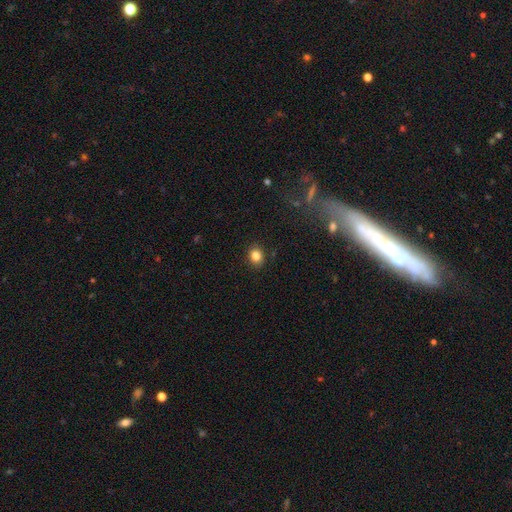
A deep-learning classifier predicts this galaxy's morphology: Smooth or featured? smooth (84%)
How rounded? round (59%)
Merging? none (89%)